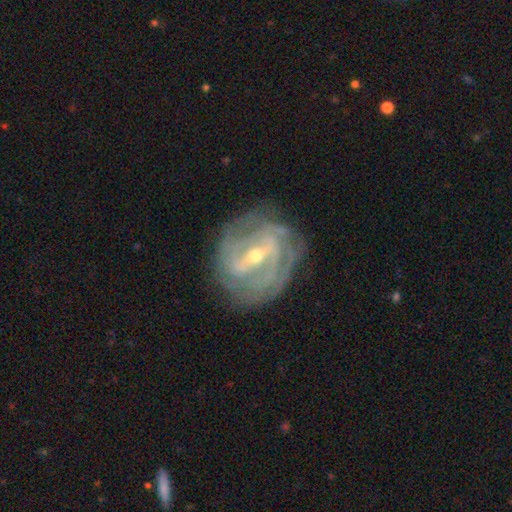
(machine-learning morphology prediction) type=featured or disk (89%); edge-on=no (95%); bar=strong (55%); spiral arms=yes (94%); winding=tight (64%); arm count=can't tell (29%); bulge=small (53%); merging=none (76%).